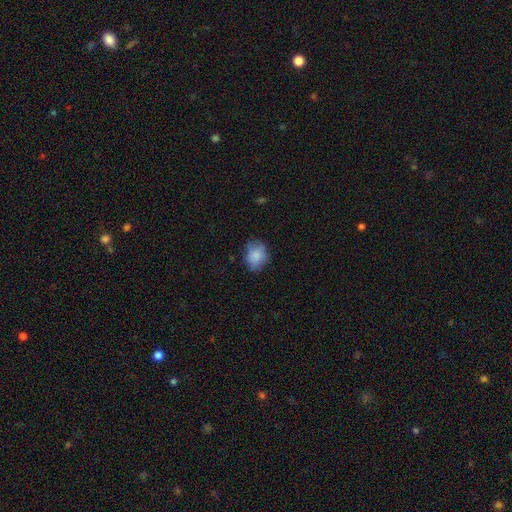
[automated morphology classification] Smooth or featured?
  - smooth: 83% *
  - featured or disk: 9%
  - star or artifact: 8%
How rounded?
  - round: 52% *
  - in between: 47%
  - cigar-shaped: 1%
Merging?
  - none: 69% *
  - minor disturbance: 24%
  - major disturbance: 6%
  - merger: 1%